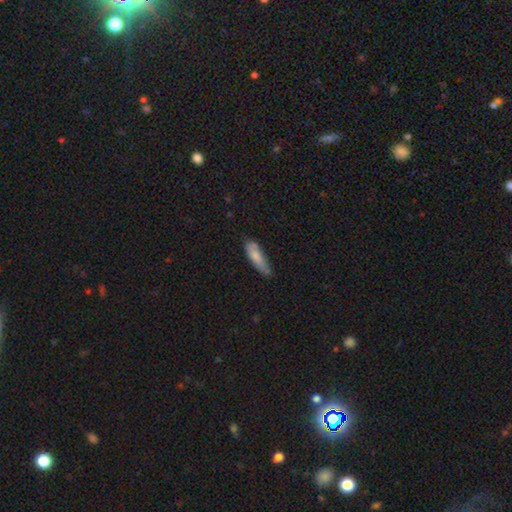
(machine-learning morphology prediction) Smooth or featured? smooth (77%)
How rounded? cigar-shaped (62%)
Merging? none (65%)